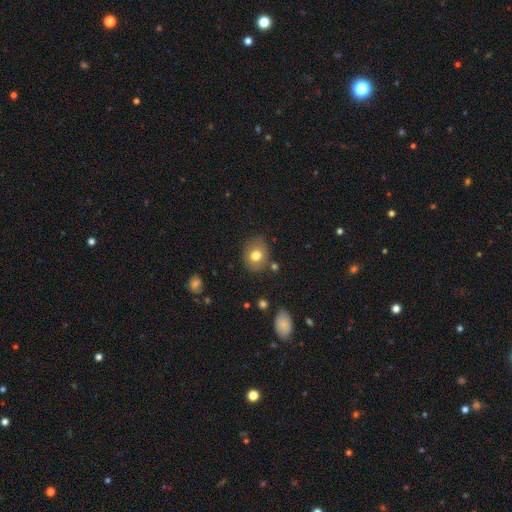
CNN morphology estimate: smooth_or_featured: smooth (p=0.76) [alt: featured or disk p=0.14]
how_rounded: round (p=0.59) [alt: in between p=0.40]
merging: none (p=0.76) [alt: minor disturbance p=0.16]